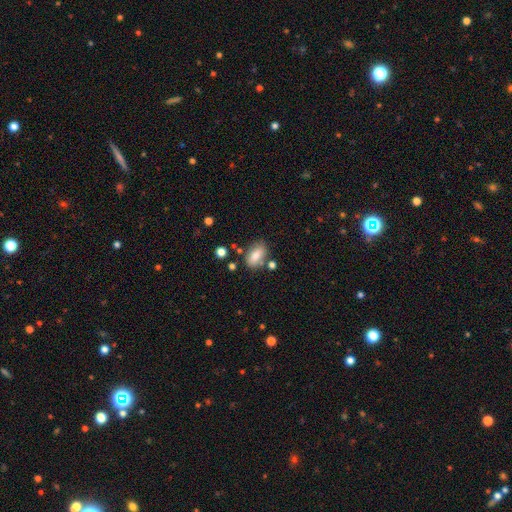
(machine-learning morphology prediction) This is likely a smooth galaxy (76%). How rounded: clearly in between (88%). Merging: likely none (73%).